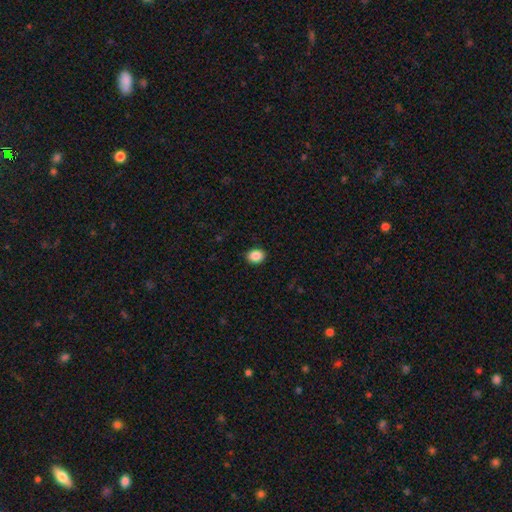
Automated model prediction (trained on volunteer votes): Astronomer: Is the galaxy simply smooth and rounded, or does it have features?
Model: smooth — 88%.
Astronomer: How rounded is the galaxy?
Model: in between — 50% (runner-up: round, 49%).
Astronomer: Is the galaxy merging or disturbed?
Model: none — 90%.